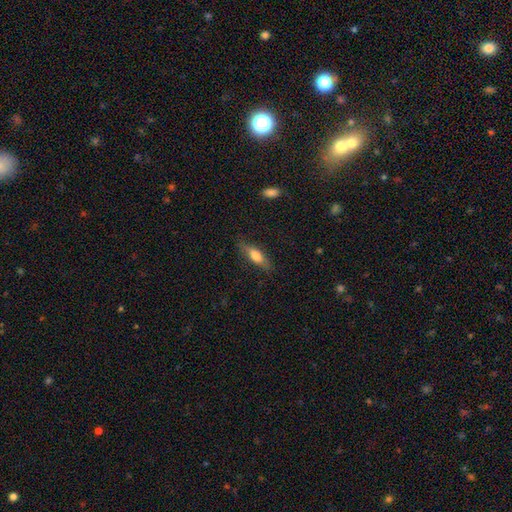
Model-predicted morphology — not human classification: This appears to be a smooth galaxy with no disk features (65%) that is cigar-shaped (52%). Merging: none (79%).